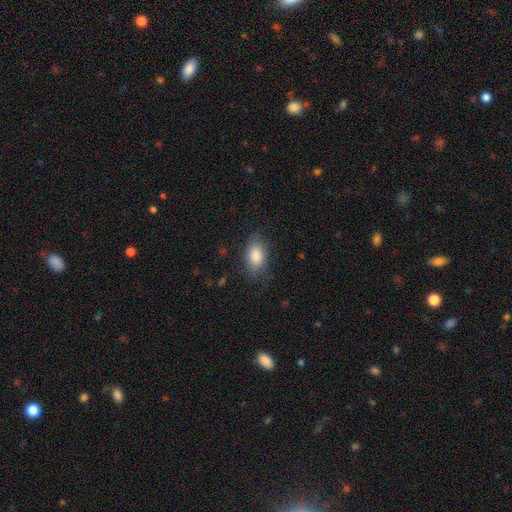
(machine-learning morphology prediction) Overall: smooth (82%). How rounded: in between (89%). Merging: none (71%).